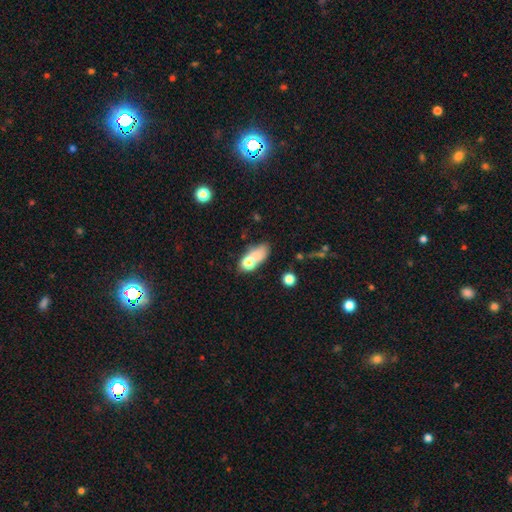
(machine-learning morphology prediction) Smooth or featured? Predicted: smooth (p=0.69). How rounded? Predicted: in between (p=0.73). Merging? Predicted: none (p=0.39).